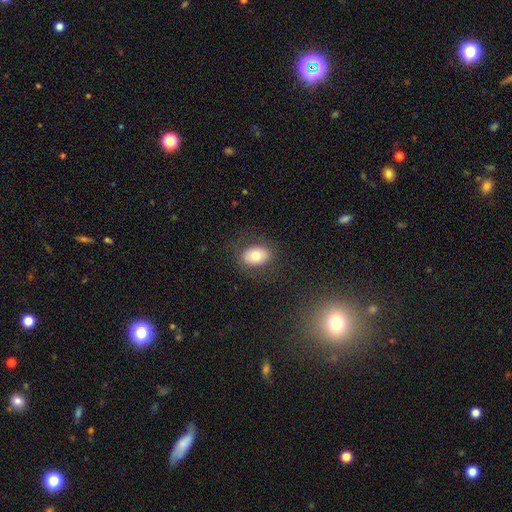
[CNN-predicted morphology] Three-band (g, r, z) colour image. It shows a smooth galaxy with no disk features (75%) that is in between round and cigar-shaped (77%). Merging: none (82%).